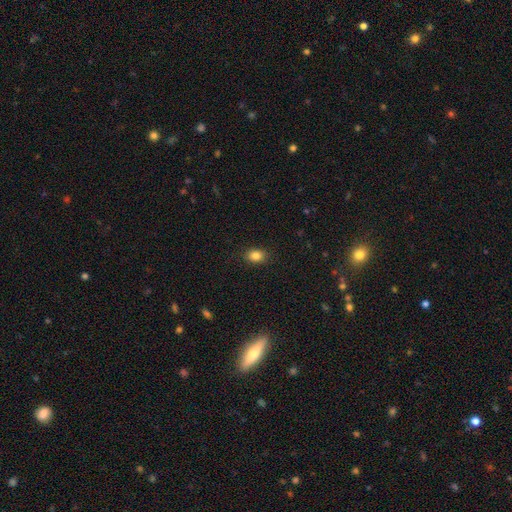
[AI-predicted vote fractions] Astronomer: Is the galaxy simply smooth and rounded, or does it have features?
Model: smooth — 84%.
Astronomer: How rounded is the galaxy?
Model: in between — 67%.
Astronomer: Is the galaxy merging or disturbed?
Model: none — 88%.